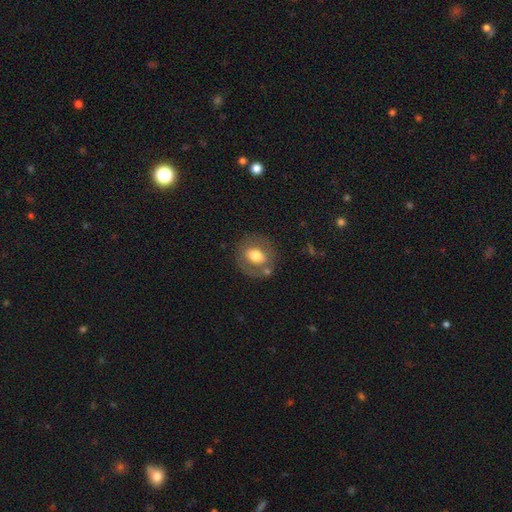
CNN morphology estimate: smooth_or_featured: smooth (p=0.59) [alt: featured or disk p=0.33]
how_rounded: round (p=0.59) [alt: in between p=0.40]
merging: none (p=0.72) [alt: minor disturbance p=0.15]